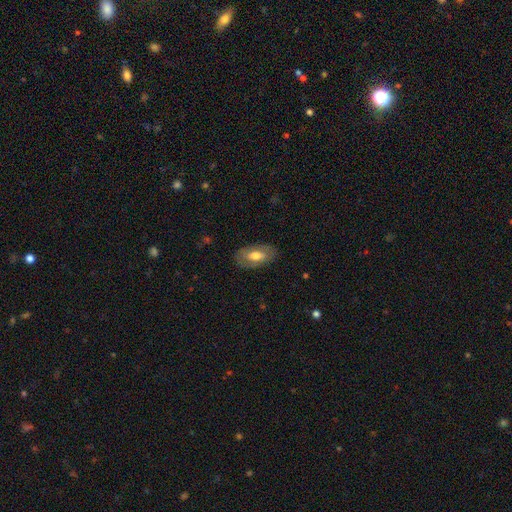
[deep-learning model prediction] Smooth or featured: smooth — 57% (featured or disk — 37%)
How rounded: in between — 91% (cigar-shaped — 5%)
Merging: none — 83% (minor disturbance — 12%)